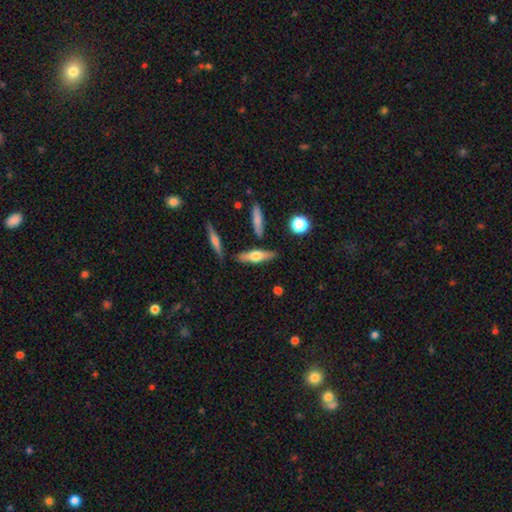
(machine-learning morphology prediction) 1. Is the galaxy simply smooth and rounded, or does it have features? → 50% smooth, 43% featured or disk, 7% star or artifact.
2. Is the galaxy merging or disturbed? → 77% none, 12% minor disturbance, 8% merger, 3% major disturbance.